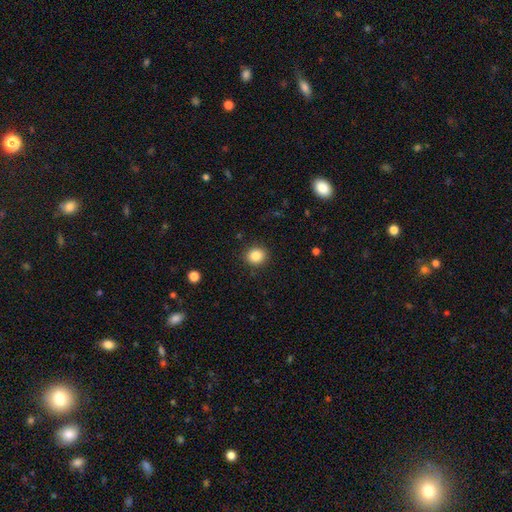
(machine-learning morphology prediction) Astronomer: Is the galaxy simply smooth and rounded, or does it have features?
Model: smooth — 86%.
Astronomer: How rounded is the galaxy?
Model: round — 80%.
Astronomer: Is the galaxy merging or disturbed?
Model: none — 90%.